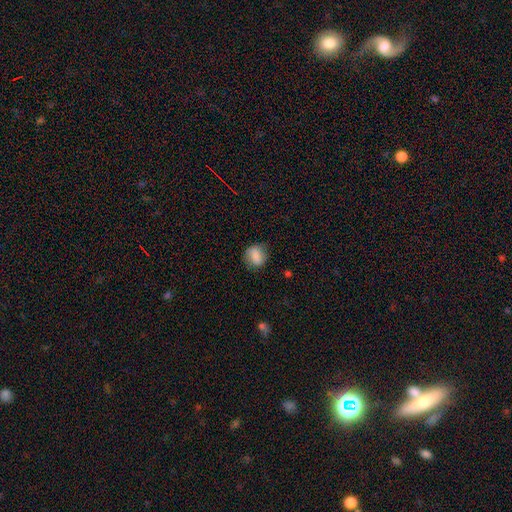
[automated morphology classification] smooth 80%, featured or disk 12%, star or artifact 8%. Down the decision tree: how rounded — round (59%); merging — none (74%).